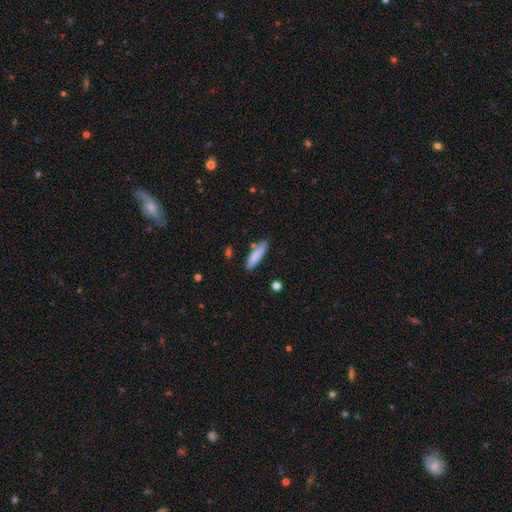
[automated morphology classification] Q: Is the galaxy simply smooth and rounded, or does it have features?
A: smooth — 84%.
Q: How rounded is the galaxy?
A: cigar-shaped — 73%.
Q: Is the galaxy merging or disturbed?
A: none — 78%.